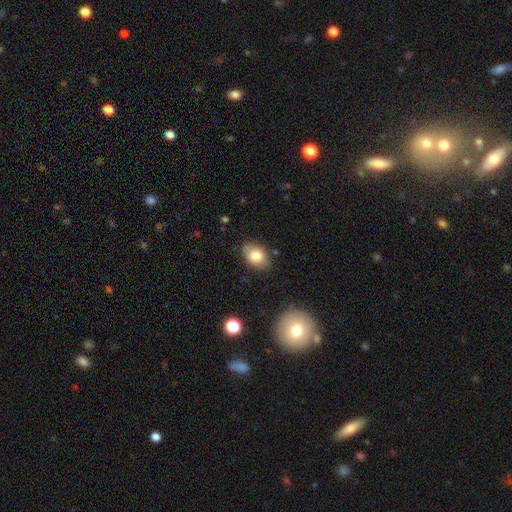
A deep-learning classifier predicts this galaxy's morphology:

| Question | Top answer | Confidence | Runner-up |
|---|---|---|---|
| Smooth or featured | smooth | 81% | featured or disk (11%) |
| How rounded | in between | 77% | round (21%) |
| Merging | none | 73% | minor disturbance (21%) |